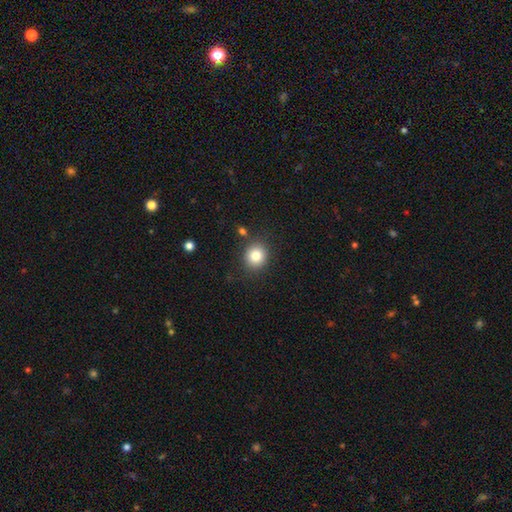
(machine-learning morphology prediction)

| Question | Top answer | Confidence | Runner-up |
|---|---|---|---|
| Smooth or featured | smooth | 82% | star or artifact (11%) |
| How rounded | round | 83% | in between (17%) |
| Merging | none | 84% | minor disturbance (9%) |